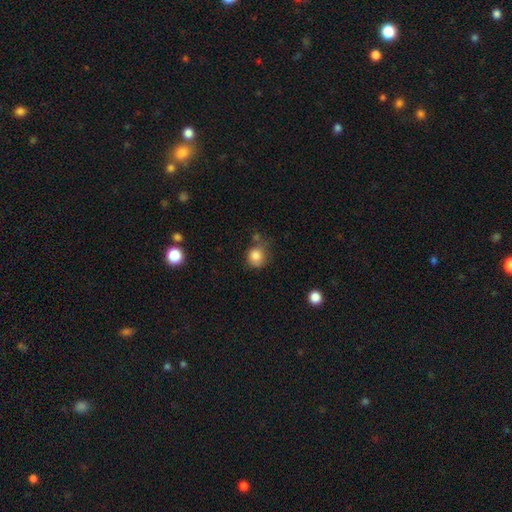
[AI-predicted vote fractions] A smooth galaxy with no disk features (83%) that is round (77%). Merging: none (58%).